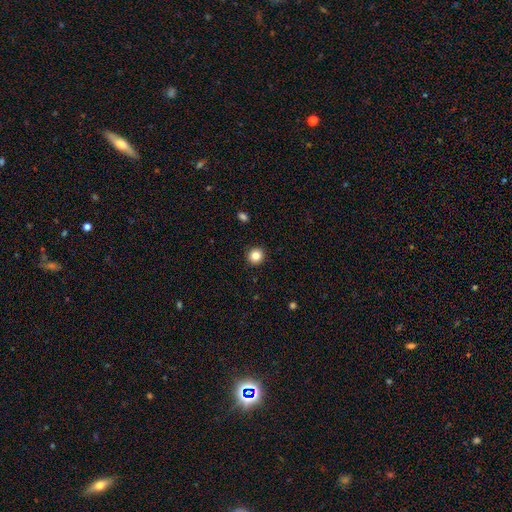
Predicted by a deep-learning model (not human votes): The model was most divided on "smooth or featured": smooth: 84%, star or artifact: 11%, featured or disk: 6%. More confident: how rounded — round (93%); merging — none (92%).